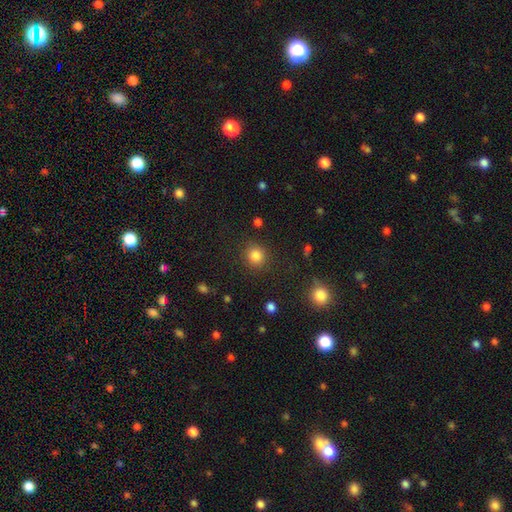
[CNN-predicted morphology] The model was most divided on "smooth or featured": smooth: 83%, star or artifact: 12%, featured or disk: 5%. More confident: how rounded — round (90%); merging — none (88%).